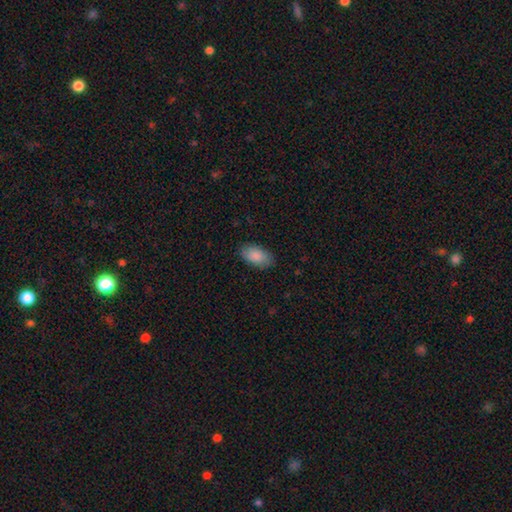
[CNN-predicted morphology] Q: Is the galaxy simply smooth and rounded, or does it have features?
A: smooth — 88%.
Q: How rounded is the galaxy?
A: in between — 95%.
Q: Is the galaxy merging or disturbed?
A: none — 85%.